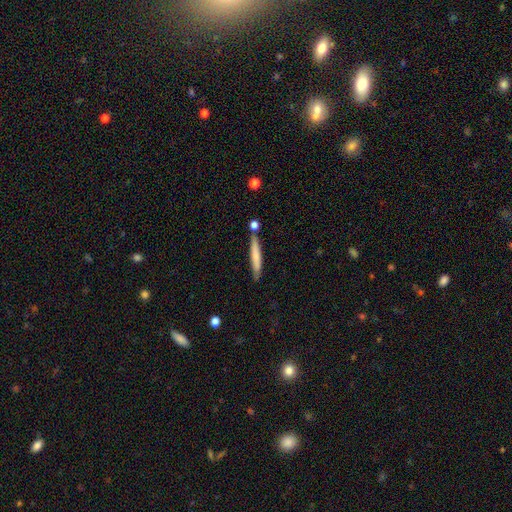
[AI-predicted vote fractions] smooth_or_featured: smooth (p=0.64) [alt: featured or disk p=0.31]
how_rounded: cigar-shaped (p=0.94) [alt: in between p=0.04]
merging: none (p=0.76) [alt: minor disturbance p=0.13]